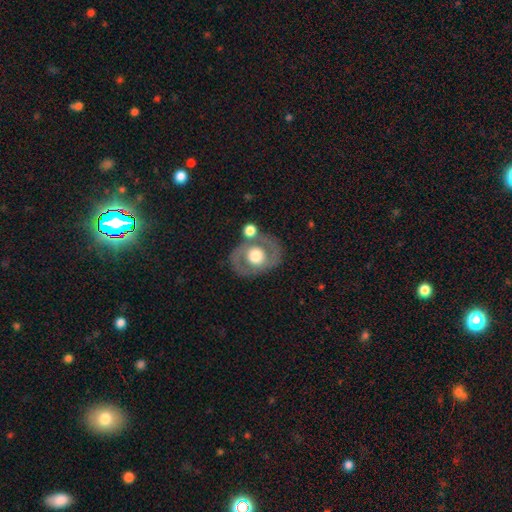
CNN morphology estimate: A featured or disk galaxy (59%) with no bar (83%), no spiral arms (65%) and a large central bulge (49%).

Vote fractions:
- Smooth or featured? featured or disk: 59% / smooth: 35% / star or artifact: 6%
- Edge-on disk? no: 94% / yes: 6%
- Bar? no: 83% / weak: 13% / strong: 4%
- Spiral arms? no: 65% / yes: 35%
- Bulge size? large: 49% / moderate: 41% / dominant: 6% / small: 3% / none: 1%
- Merging? none: 65% / minor disturbance: 14% / merger: 14% / major disturbance: 7%